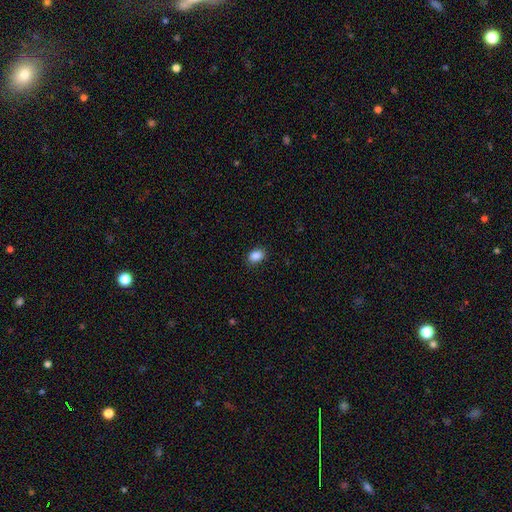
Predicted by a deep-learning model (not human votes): Smooth or featured: smooth — 87% (star or artifact — 9%)
How rounded: in between — 76% (round — 23%)
Merging: none — 89% (minor disturbance — 8%)